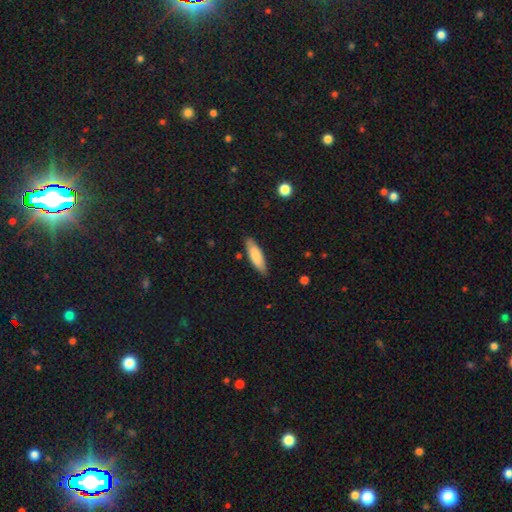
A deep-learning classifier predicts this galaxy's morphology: Smooth or featured? Predicted: smooth (p=0.78). How rounded? Predicted: cigar-shaped (p=0.49, tied with in between). Merging? Predicted: none (p=0.85).